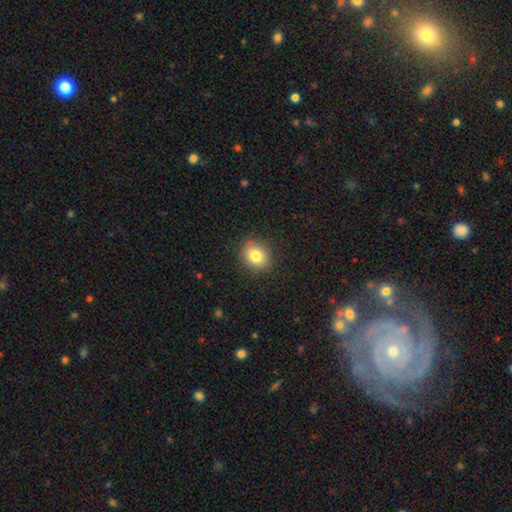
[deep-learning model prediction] This is clearly a smooth galaxy (82%). How rounded: possibly round (59%). Merging: clearly none (88%).